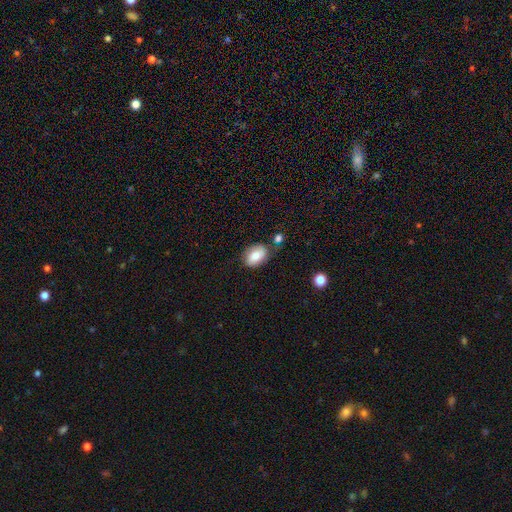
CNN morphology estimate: A smooth galaxy with no disk features (80%) that is in between round and cigar-shaped (86%).

Vote fractions:
- Smooth or featured? smooth: 80% / featured or disk: 12% / star or artifact: 8%
- How rounded? in between: 86% / round: 13% / cigar-shaped: 1%
- Merging? none: 66% / minor disturbance: 21% / merger: 8% / major disturbance: 5%